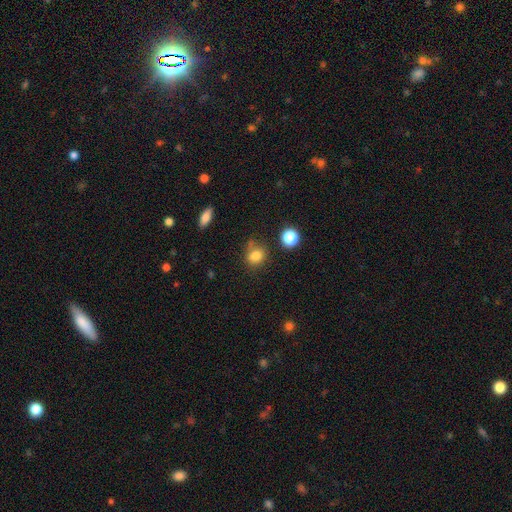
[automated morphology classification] Overall: smooth (81%). How rounded: round (69%; in between 29%). Merging: none (66%).